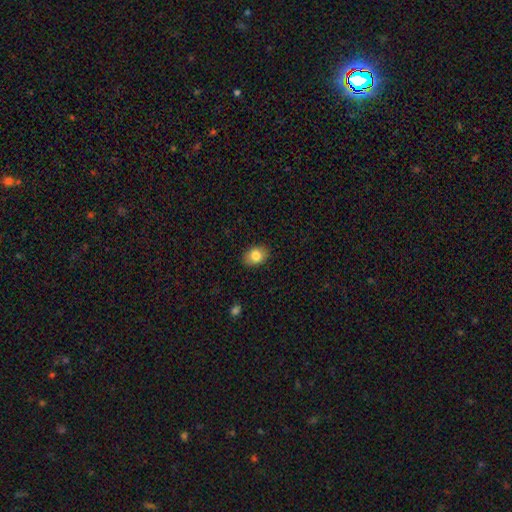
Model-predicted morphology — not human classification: The model was most divided on "how rounded": in between: 69%, round: 30%, cigar-shaped: 1%. More confident: merging — none (88%); smooth or featured — smooth (82%).